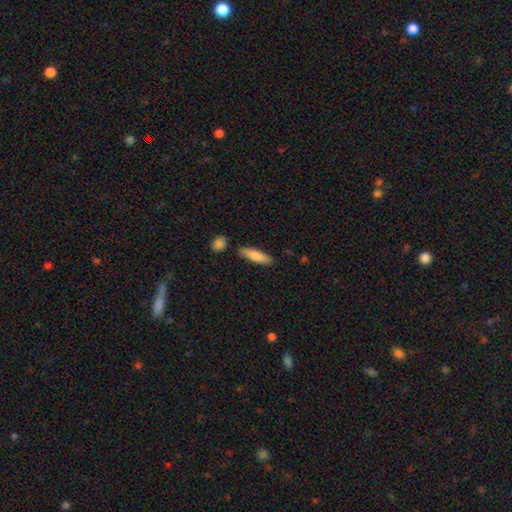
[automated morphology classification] A smooth galaxy with no disk features (83%) that is cigar-shaped (65%). Merging: none (83%).